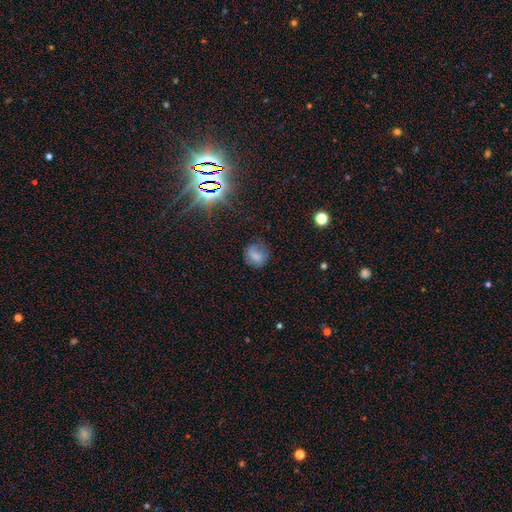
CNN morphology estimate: This appears to be a smooth galaxy with no disk features (70%) that is round (70%). Merging: none (74%).